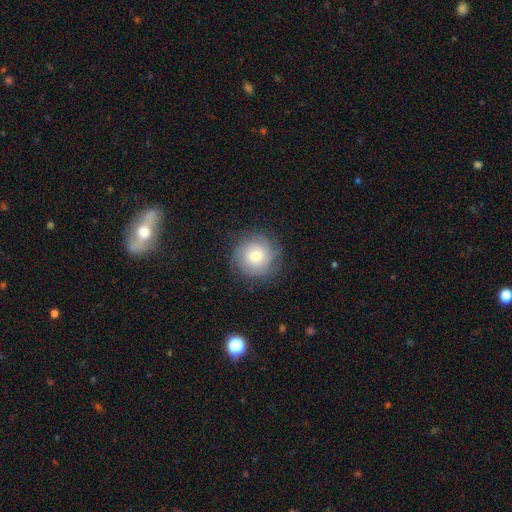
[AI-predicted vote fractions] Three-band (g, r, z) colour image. It shows a smooth galaxy with no disk features (46%). Merging: none (82%).